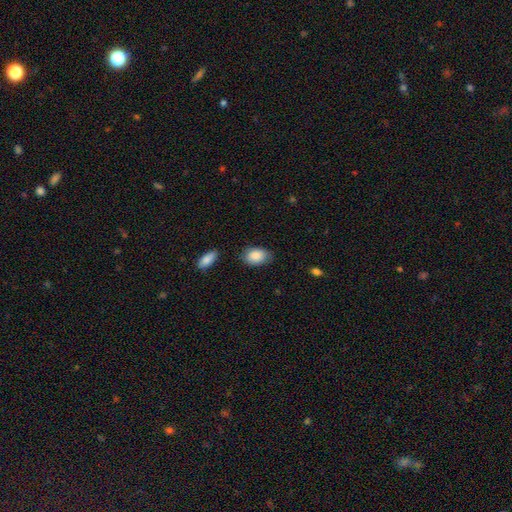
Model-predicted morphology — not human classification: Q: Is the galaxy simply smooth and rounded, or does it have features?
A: smooth — 88%.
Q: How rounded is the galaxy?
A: in between — 84%.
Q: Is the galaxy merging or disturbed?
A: none — 74%.